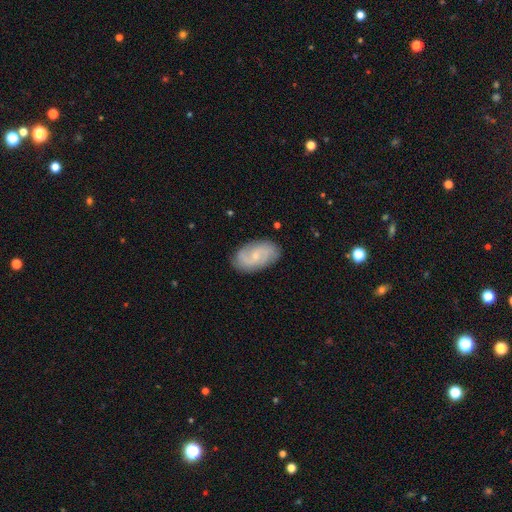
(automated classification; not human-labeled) Smooth or featured? featured or disk (69%)
Edge-on disk? no (96%)
Bar? no (52%)
Spiral arms? yes (92%)
Spiral winding? medium (44%)
Spiral arm count? 2 (71%)
Bulge size? small (74%)
Merging? none (82%)